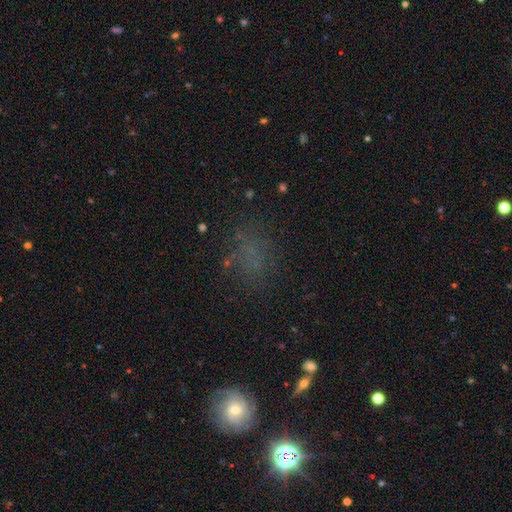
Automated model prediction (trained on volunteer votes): This is possibly a smooth galaxy (50%). Merging: likely none (63%).